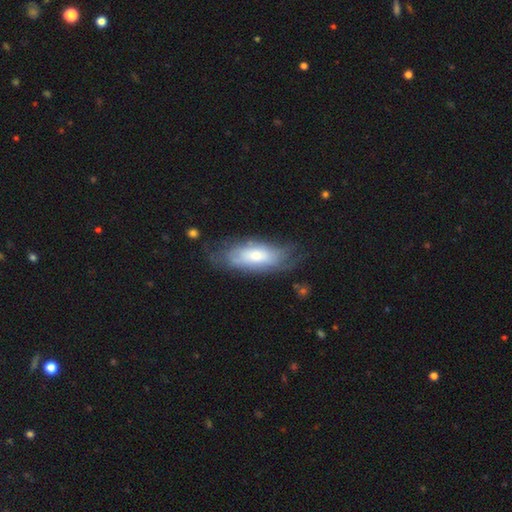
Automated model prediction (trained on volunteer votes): Morphology: type=featured or disk (47%); merging=none (58%).